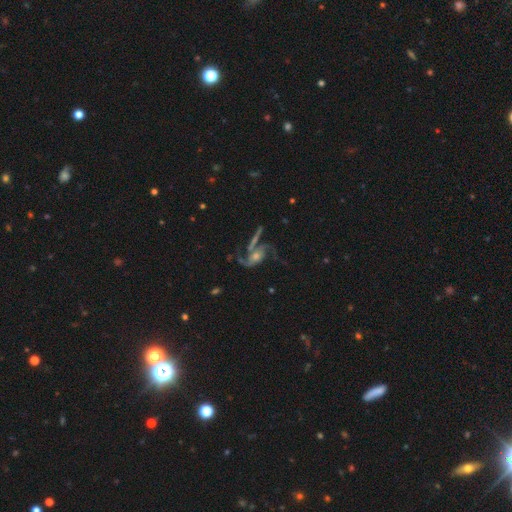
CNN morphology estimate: Smooth or featured? featured or disk (80%)
Edge-on disk? no (93%)
Bar? no (60%)
Spiral arms? yes (93%)
Spiral winding? loose (51%)
Spiral arm count? 2 (52%)
Bulge size? moderate (47%)
Merging? none (42%)